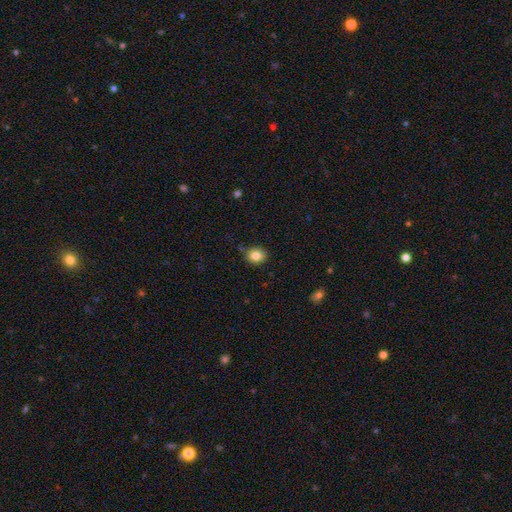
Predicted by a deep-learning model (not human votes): Q: Smooth or featured?
A: smooth (84%); runner-up: star or artifact (10%)
Q: How rounded?
A: round (63%); runner-up: in between (36%)
Q: Merging?
A: none (84%); runner-up: minor disturbance (11%)